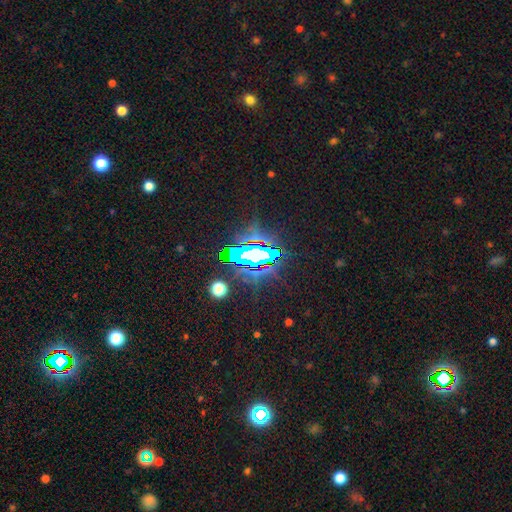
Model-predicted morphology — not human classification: This is likely a star or artifact rather than a galaxy (72%).